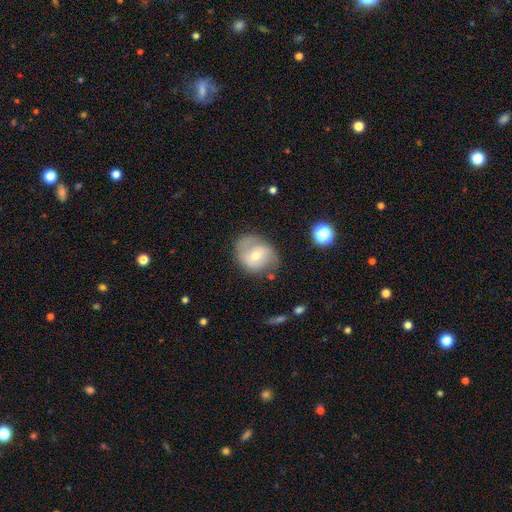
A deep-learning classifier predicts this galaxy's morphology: A featured or disk galaxy (54%) with no bar (58%), spiral arms (70%) and a moderate central bulge (50%). Merging: none (61%).